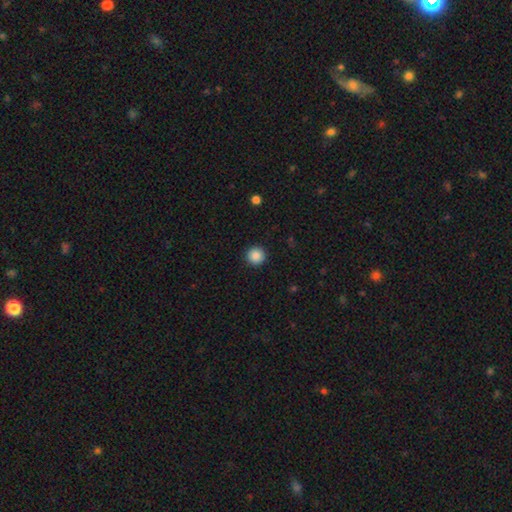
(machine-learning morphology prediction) The model was most divided on "smooth or featured": smooth: 87%, star or artifact: 10%, featured or disk: 3%. More confident: how rounded — round (96%); merging — none (93%).